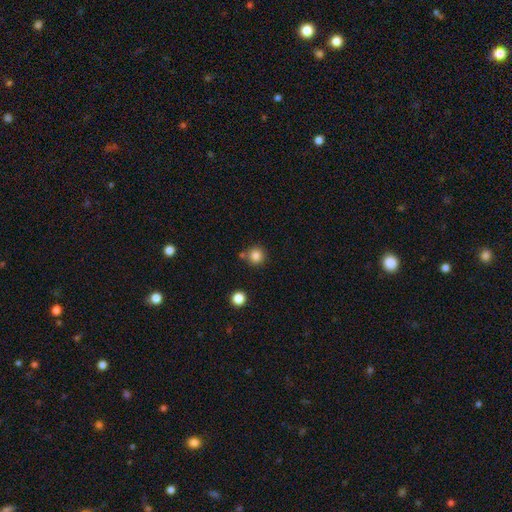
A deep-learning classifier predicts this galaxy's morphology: Smooth or featured?
  - smooth: 83% *
  - star or artifact: 12%
  - featured or disk: 5%
How rounded?
  - round: 94% *
  - in between: 5%
  - cigar-shaped: 1%
Merging?
  - none: 79% *
  - merger: 10%
  - minor disturbance: 9%
  - major disturbance: 3%